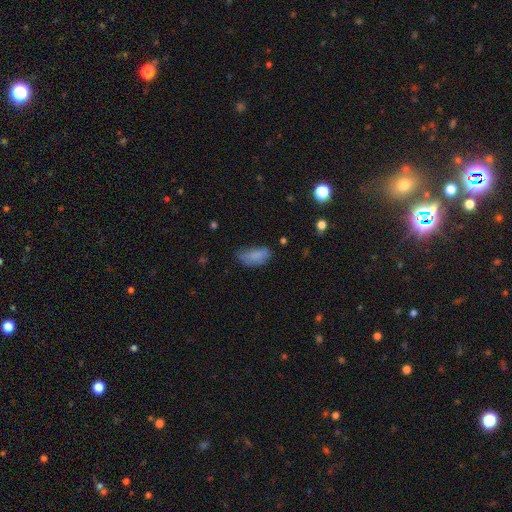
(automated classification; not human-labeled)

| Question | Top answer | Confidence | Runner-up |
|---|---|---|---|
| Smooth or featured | smooth | 78% | featured or disk (13%) |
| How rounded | in between | 89% | cigar-shaped (7%) |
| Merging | none | 47% | minor disturbance (35%) |